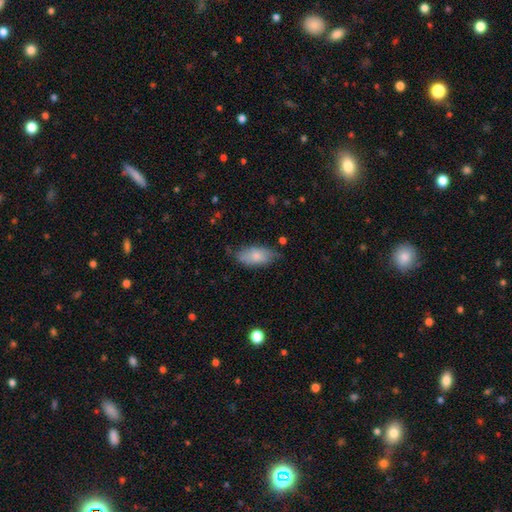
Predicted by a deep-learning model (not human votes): Smooth or featured? smooth (74%)
How rounded? in between (88%)
Merging? none (63%)